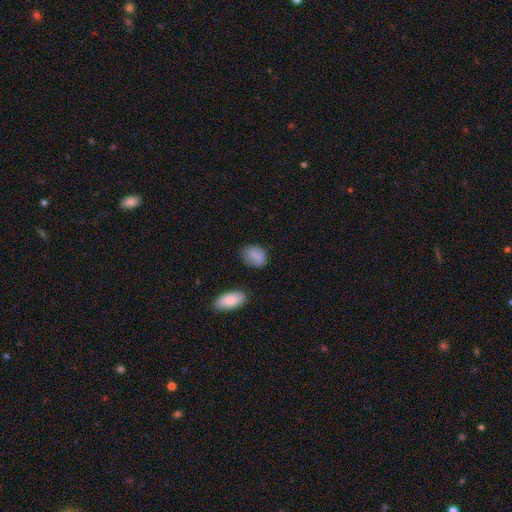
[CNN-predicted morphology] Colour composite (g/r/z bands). It shows a smooth galaxy with no disk features (83%) that is in between round and cigar-shaped (69%). Merging: none (68%).